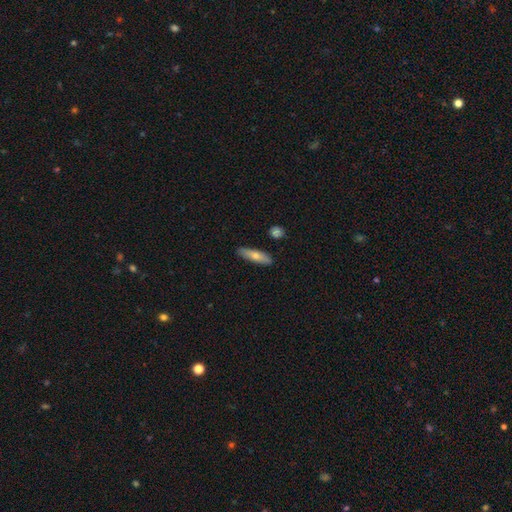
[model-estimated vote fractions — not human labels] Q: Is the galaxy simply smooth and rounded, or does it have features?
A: smooth — 67%.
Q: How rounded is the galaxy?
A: cigar-shaped — 66%.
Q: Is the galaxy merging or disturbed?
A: none — 87%.